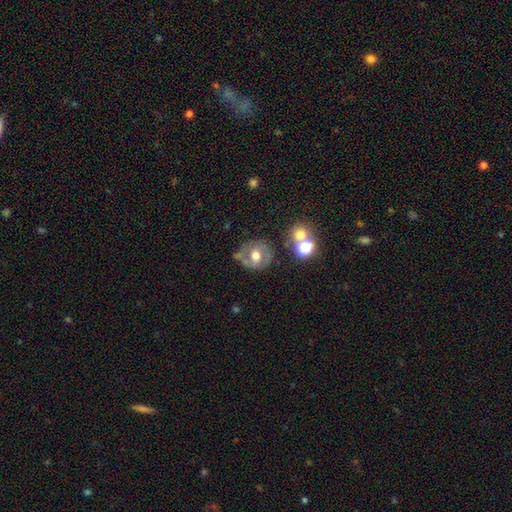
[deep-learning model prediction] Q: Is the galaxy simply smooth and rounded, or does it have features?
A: featured or disk — 51%.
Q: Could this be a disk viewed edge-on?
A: no — 96%.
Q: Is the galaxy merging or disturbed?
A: none — 63%.